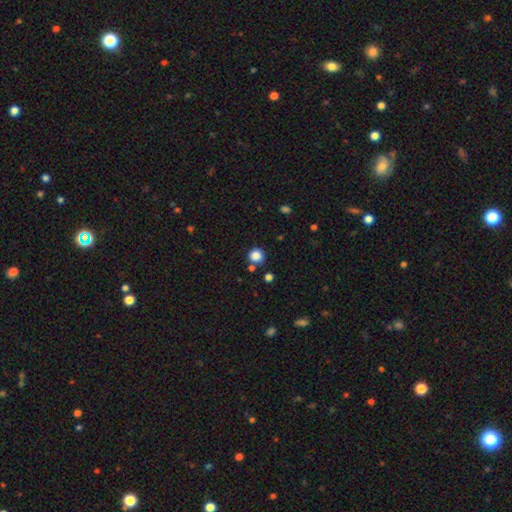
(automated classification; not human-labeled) This appears to be a smooth galaxy with no disk features (85%) that is round (90%). Merging: none (78%).